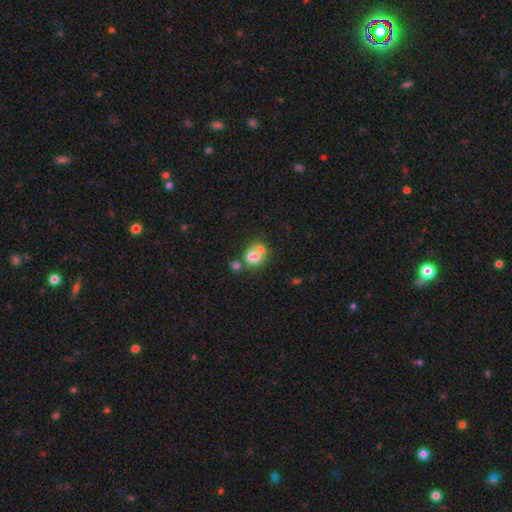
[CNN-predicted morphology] smooth_or_featured: smooth (p=0.63) [alt: featured or disk p=0.26]
how_rounded: round (p=0.60) [alt: in between p=0.39]
merging: merger (p=0.55) [alt: none p=0.29]